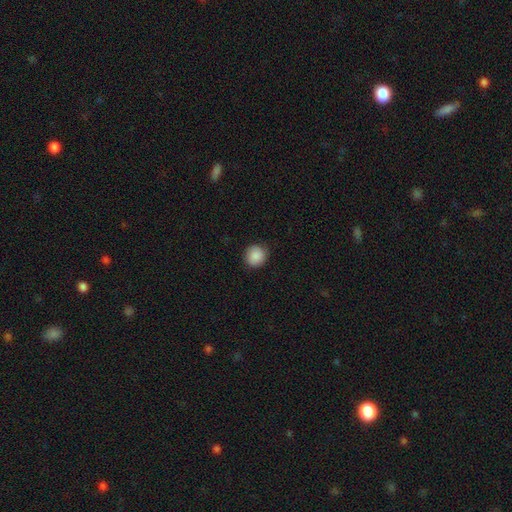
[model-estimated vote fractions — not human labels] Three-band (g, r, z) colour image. It shows a smooth galaxy with no disk features (89%) that is round (88%). Merging: none (88%).